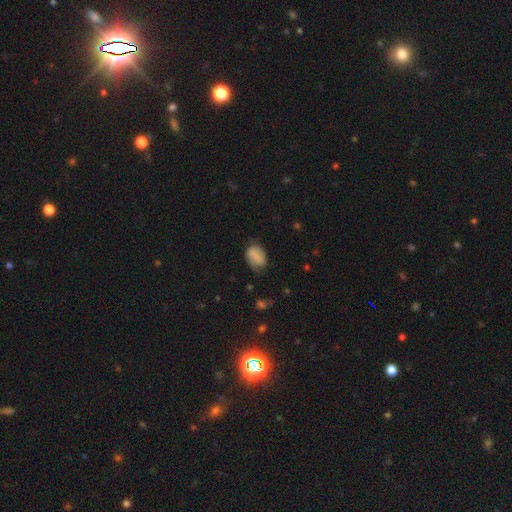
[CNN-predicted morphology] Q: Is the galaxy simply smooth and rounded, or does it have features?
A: smooth — 67%.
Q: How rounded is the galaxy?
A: in between — 79%.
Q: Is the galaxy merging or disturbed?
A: none — 56%.